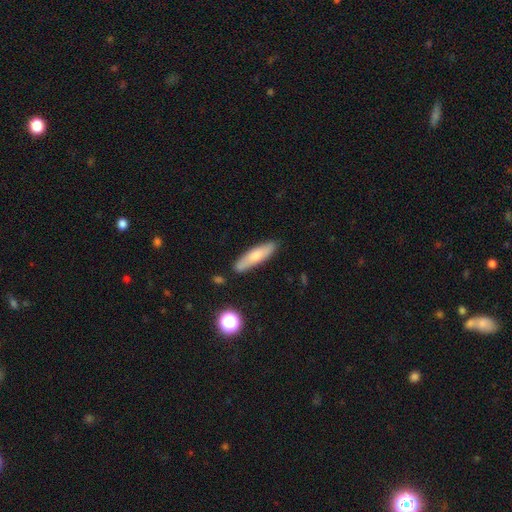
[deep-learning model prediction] This is likely a smooth galaxy (67%). How rounded: likely cigar-shaped (74%). Merging: clearly none (84%).